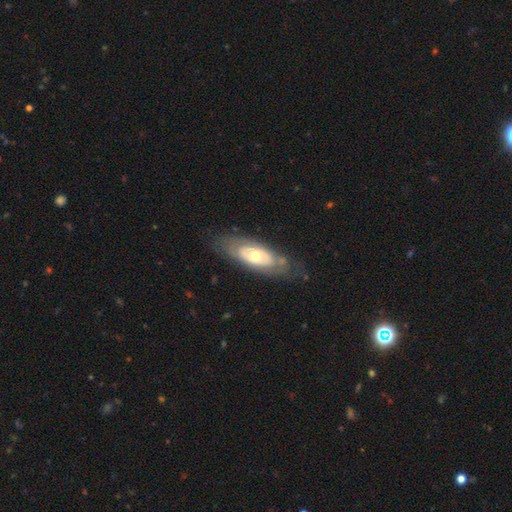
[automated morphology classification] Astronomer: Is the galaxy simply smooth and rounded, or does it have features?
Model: featured or disk — 62%.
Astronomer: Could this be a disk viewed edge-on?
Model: no — 85%.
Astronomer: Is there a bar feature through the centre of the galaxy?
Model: no — 85%.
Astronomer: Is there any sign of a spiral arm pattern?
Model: no — 72%.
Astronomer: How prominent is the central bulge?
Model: moderate — 64%.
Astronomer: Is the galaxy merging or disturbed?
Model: none — 71%.